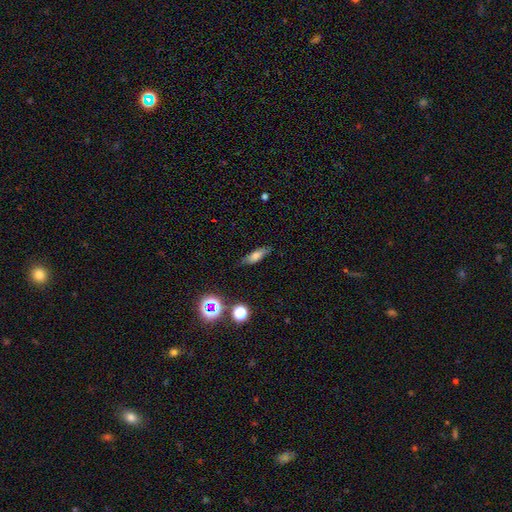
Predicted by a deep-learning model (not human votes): smooth 66%, featured or disk 22%, star or artifact 12%. Down the decision tree: how rounded — in between (50%); merging — none (80%).